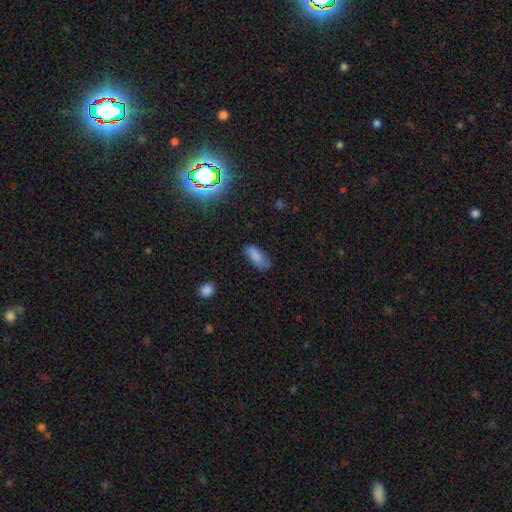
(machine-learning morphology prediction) Smooth or featured?
  - smooth: 83% *
  - star or artifact: 9%
  - featured or disk: 9%
How rounded?
  - in between: 86% *
  - cigar-shaped: 12%
  - round: 2%
Merging?
  - none: 71% *
  - minor disturbance: 22%
  - major disturbance: 5%
  - merger: 2%